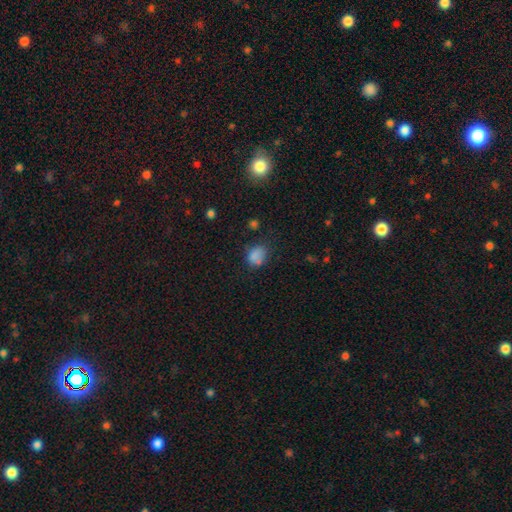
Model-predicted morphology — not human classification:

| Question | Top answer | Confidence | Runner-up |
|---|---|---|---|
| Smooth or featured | smooth | 77% | star or artifact (13%) |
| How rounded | in between | 55% | round (44%) |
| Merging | none | 55% | minor disturbance (25%) |